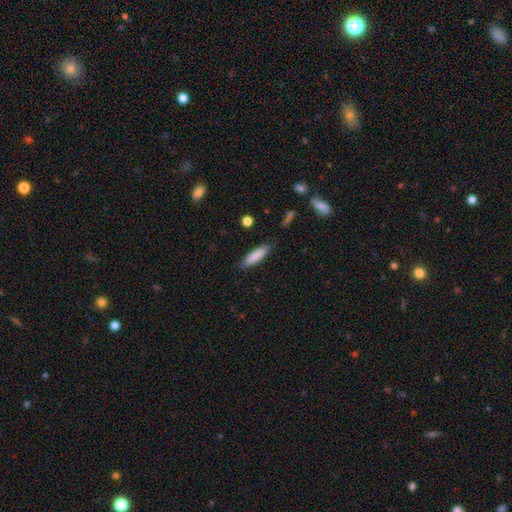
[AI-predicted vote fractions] This is clearly a smooth galaxy (84%). How rounded: likely cigar-shaped (66%). Merging: clearly none (84%).